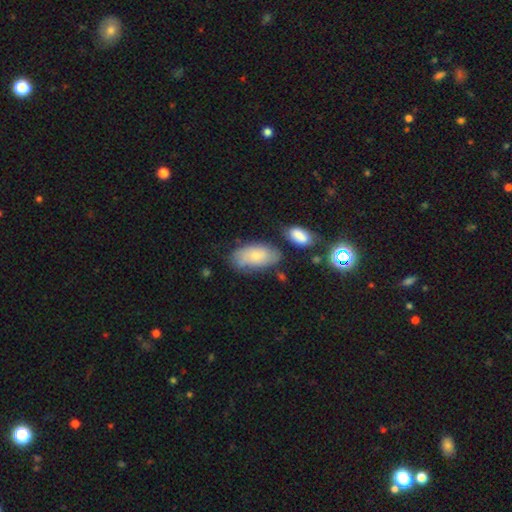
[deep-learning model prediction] A smooth galaxy with no disk features (65%) that is in between round and cigar-shaped (93%).

Vote fractions:
- Smooth or featured? smooth: 65% / featured or disk: 27% / star or artifact: 7%
- How rounded? in between: 93% / round: 4% / cigar-shaped: 3%
- Merging? none: 62% / minor disturbance: 23% / merger: 8% / major disturbance: 7%